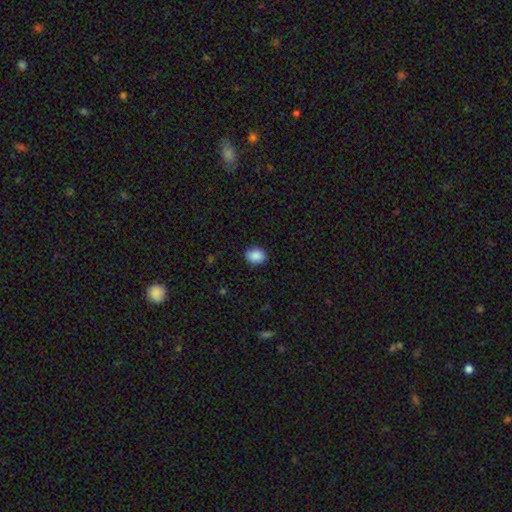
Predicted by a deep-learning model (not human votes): Smooth or featured? Predicted: smooth (p=0.89). How rounded? Predicted: in between (p=0.53). Merging? Predicted: none (p=0.87).